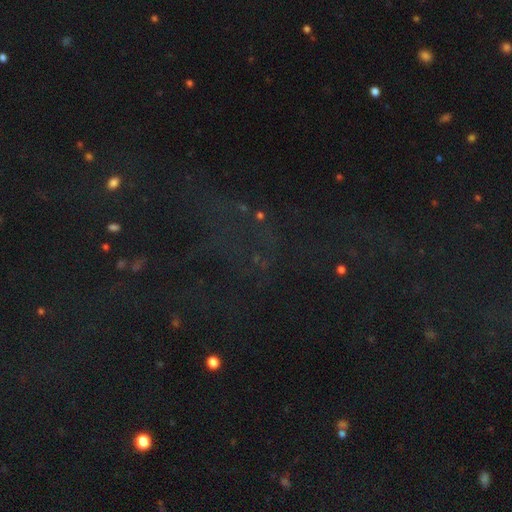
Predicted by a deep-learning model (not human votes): Smooth or featured? Predicted: star or artifact (p=0.69).